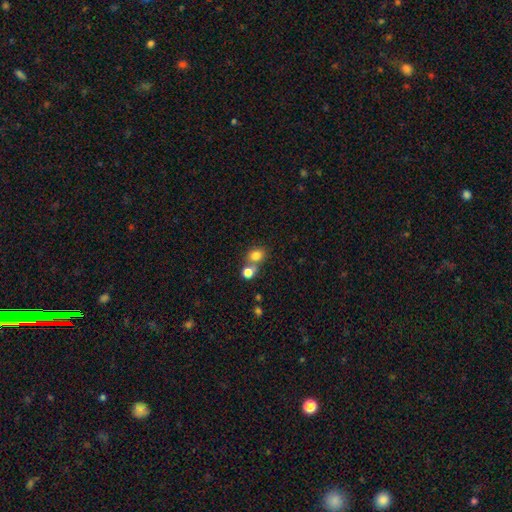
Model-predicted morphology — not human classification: This is likely a smooth galaxy (79%). How rounded: likely round (65%). Merging: possibly none (48%).